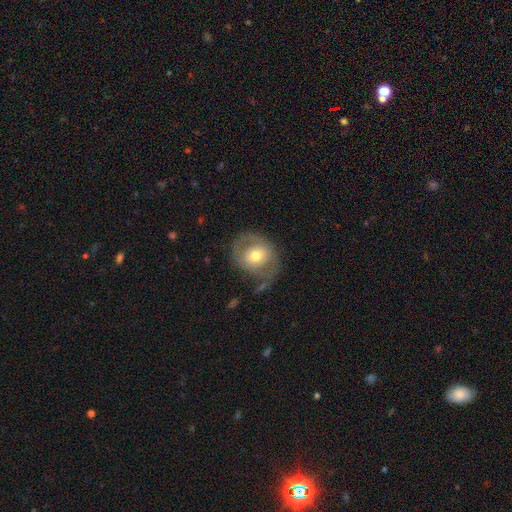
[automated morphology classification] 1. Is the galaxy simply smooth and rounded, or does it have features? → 49% featured or disk, 44% smooth, 7% star or artifact.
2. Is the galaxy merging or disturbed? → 49% none, 24% major disturbance, 23% minor disturbance, 4% merger.